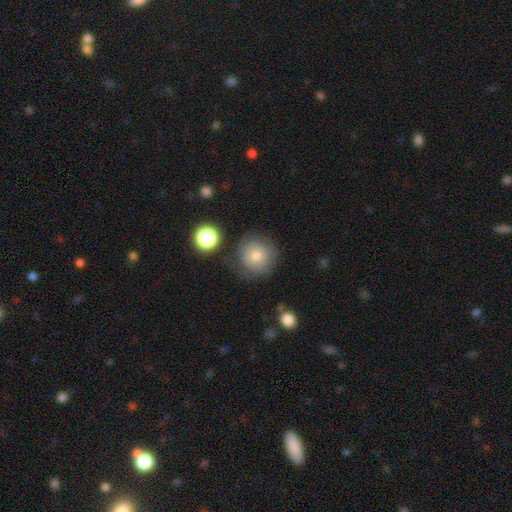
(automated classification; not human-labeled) smooth 68%, featured or disk 22%, star or artifact 10%. Down the decision tree: how rounded — round (92%); merging — none (73%).